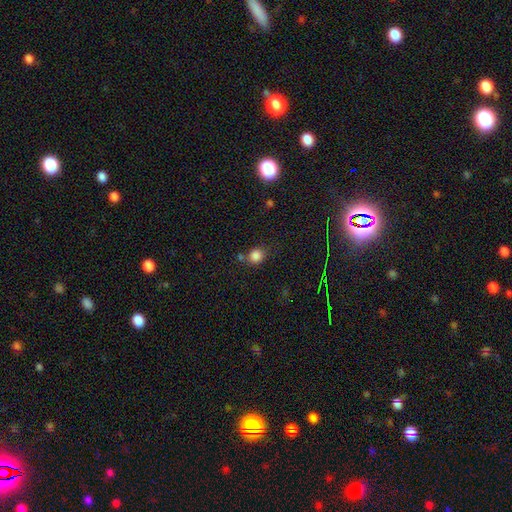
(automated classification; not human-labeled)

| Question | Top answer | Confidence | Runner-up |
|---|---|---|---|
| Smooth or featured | smooth | 82% | star or artifact (13%) |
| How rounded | round | 78% | in between (21%) |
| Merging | none | 66% | minor disturbance (16%) |